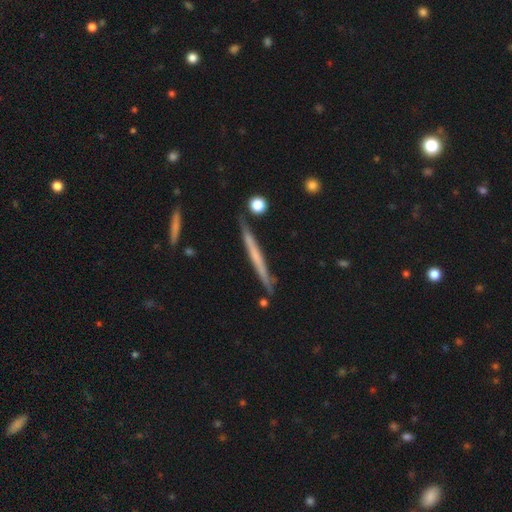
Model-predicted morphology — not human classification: The model was most divided on "smooth or featured": featured or disk: 53%, smooth: 41%, star or artifact: 6%. More confident: edge-on disk — yes (96%); edge-on bulge — none (85%); merging — none (85%).